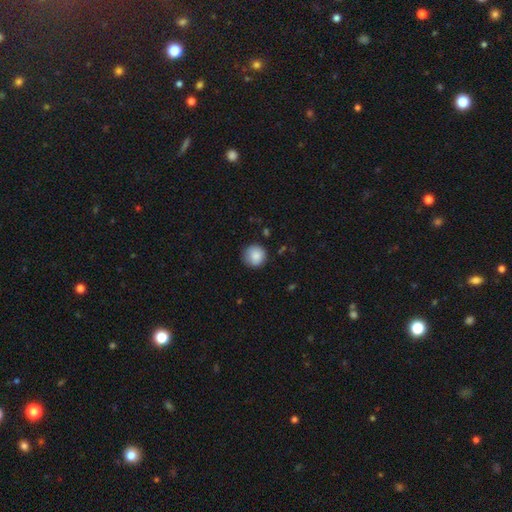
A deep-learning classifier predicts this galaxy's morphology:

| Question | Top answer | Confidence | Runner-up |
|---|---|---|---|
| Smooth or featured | smooth | 87% | star or artifact (8%) |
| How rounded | round | 94% | in between (5%) |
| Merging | none | 83% | minor disturbance (13%) |